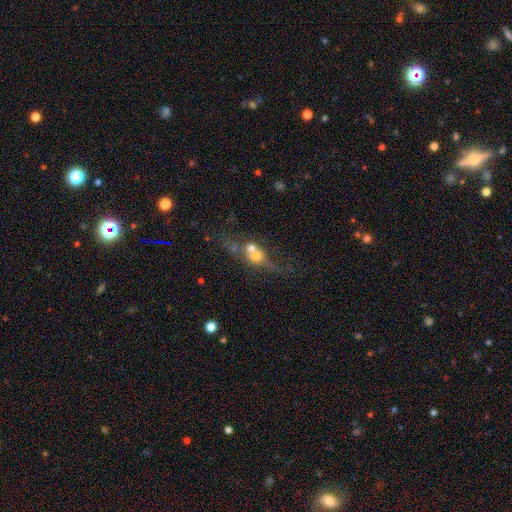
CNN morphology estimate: Overall: smooth (48%; featured or disk 38%). Merging: merger (61%; none 23%).